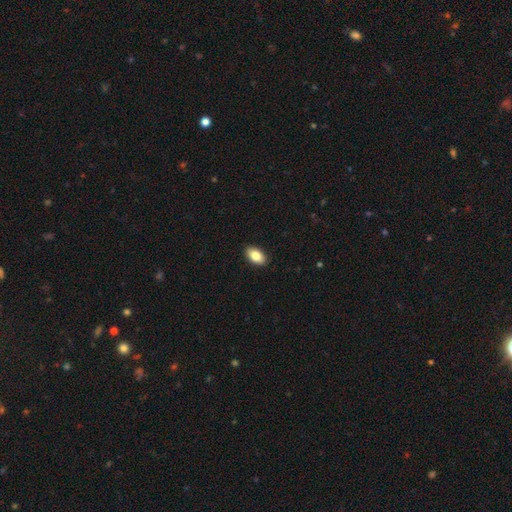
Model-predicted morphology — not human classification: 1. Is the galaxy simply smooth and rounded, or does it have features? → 84% smooth, 9% featured or disk, 7% star or artifact.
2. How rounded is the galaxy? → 93% in between, 5% round, 2% cigar-shaped.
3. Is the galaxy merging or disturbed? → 90% none, 7% minor disturbance, 2% major disturbance, 1% merger.